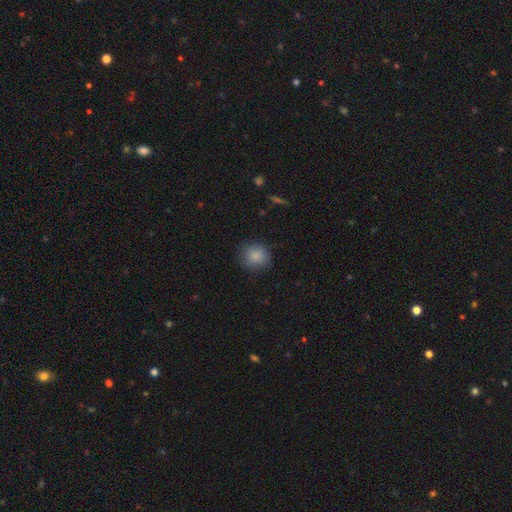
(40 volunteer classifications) Q: Smooth or featured?
A: smooth (90%); runner-up: star or artifact (10%)
Q: How rounded?
A: round (89%); runner-up: in between (11%)
Q: Merging?
A: none (89%); runner-up: minor disturbance (6%)